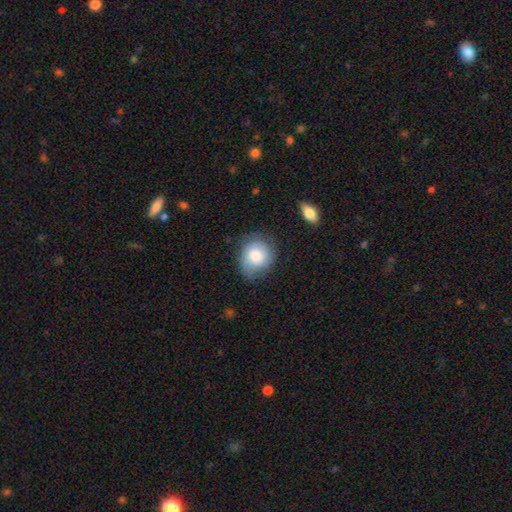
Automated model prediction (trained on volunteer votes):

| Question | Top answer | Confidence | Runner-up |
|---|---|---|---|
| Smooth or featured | smooth | 73% | featured or disk (19%) |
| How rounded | round | 65% | in between (34%) |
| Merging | none | 64% | minor disturbance (27%) |